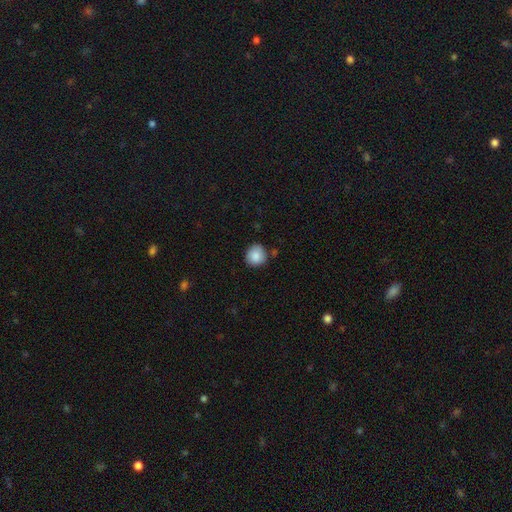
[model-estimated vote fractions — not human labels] Smooth or featured? Predicted: smooth (p=0.88). How rounded? Predicted: round (p=0.90). Merging? Predicted: none (p=0.82).